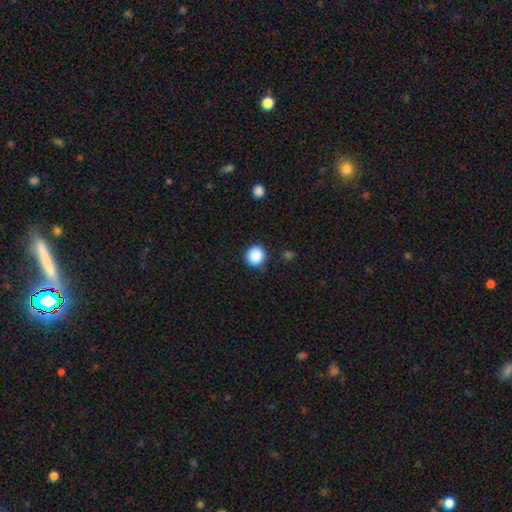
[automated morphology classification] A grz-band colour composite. It shows a smooth galaxy with no disk features (88%) that is round (89%). Merging: none (84%).